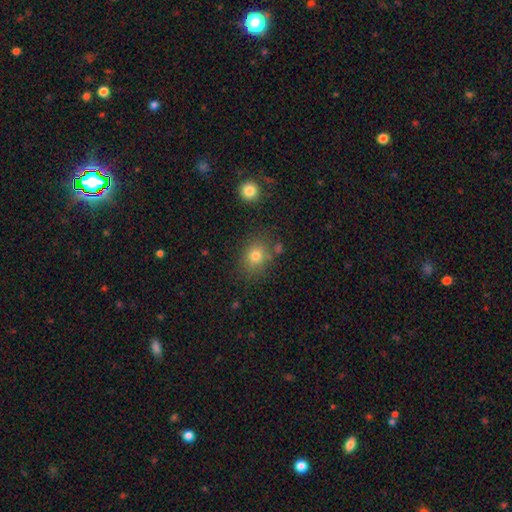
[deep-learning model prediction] The model was most divided on "how rounded": round: 55%, in between: 44%, cigar-shaped: 1%. More confident: smooth or featured — smooth (78%); merging — none (75%).